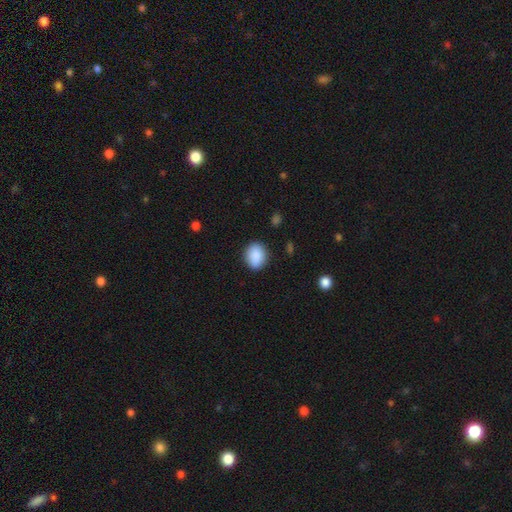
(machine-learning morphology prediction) smooth_or_featured: smooth (p=0.89) [alt: star or artifact p=0.07]
how_rounded: round (p=0.53) [alt: in between p=0.46]
merging: none (p=0.86) [alt: minor disturbance p=0.10]